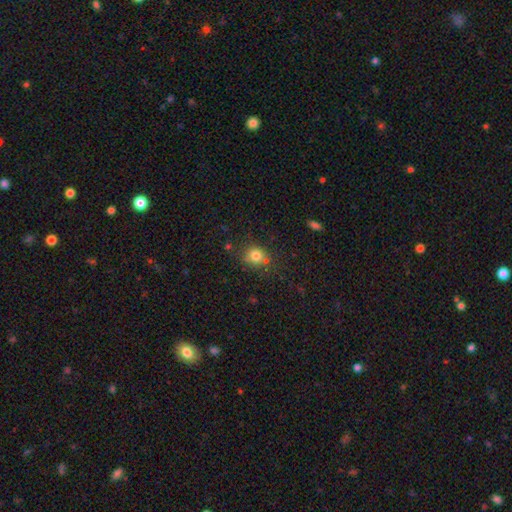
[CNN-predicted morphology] This appears to be a smooth galaxy with no disk features (79%) that is round (80%). Merging: none (68%).